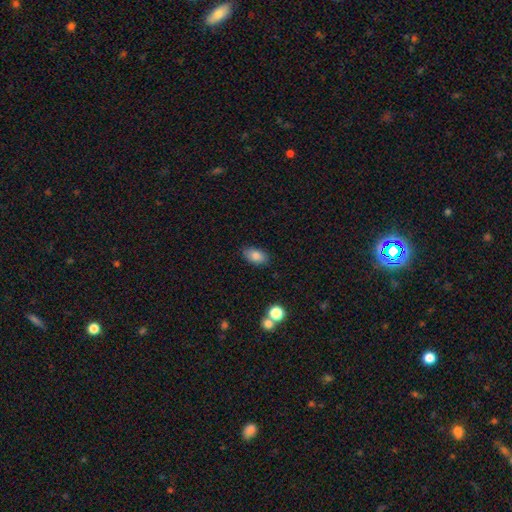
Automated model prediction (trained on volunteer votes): smooth_or_featured: smooth (p=0.84) [alt: star or artifact p=0.09]
how_rounded: in between (p=0.90) [alt: round p=0.08]
merging: none (p=0.81) [alt: minor disturbance p=0.14]